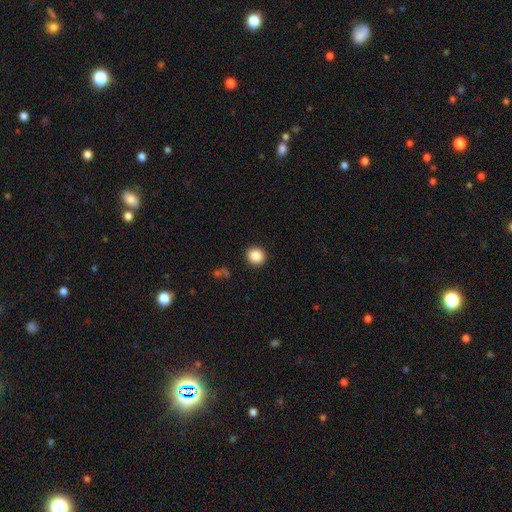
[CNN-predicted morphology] This is clearly a smooth galaxy (87%). How rounded: clearly round (88%). Merging: clearly none (92%).